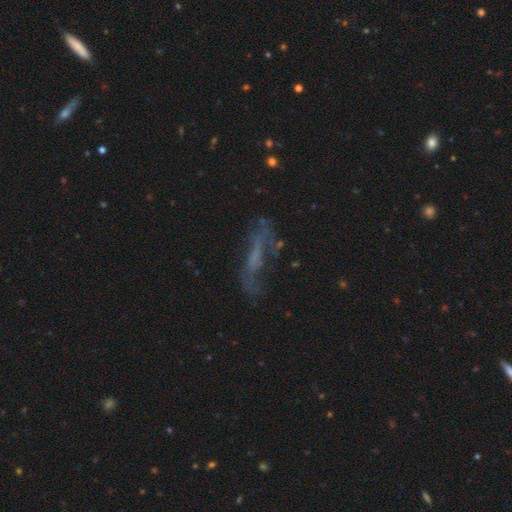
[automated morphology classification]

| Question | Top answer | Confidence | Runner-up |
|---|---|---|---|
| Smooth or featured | featured or disk | 54% | smooth (29%) |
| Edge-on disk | no | 65% | yes (35%) |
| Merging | none | 54% | minor disturbance (22%) |